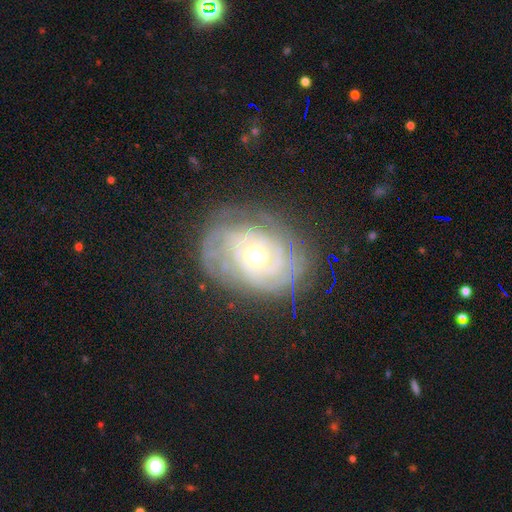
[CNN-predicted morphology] Smooth or featured?
  - featured or disk: 84% *
  - smooth: 9%
  - star or artifact: 7%
Edge-on disk?
  - no: 96% *
  - yes: 4%
Bar?
  - no: 76% *
  - weak: 18%
  - strong: 6%
Spiral arms?
  - yes: 93% *
  - no: 7%
Spiral winding?
  - tight: 81% *
  - medium: 15%
  - loose: 4%
Spiral arm count?
  - can't tell: 41% *
  - 2: 16%
  - 3: 15%
  - 4: 11%
  - more than 4: 10%
  - 1: 6%
Bulge size?
  - moderate: 63% *
  - small: 31%
  - large: 4%
  - dominant: 1%
  - none: 1%
Merging?
  - none: 76% *
  - minor disturbance: 16%
  - major disturbance: 6%
  - merger: 1%